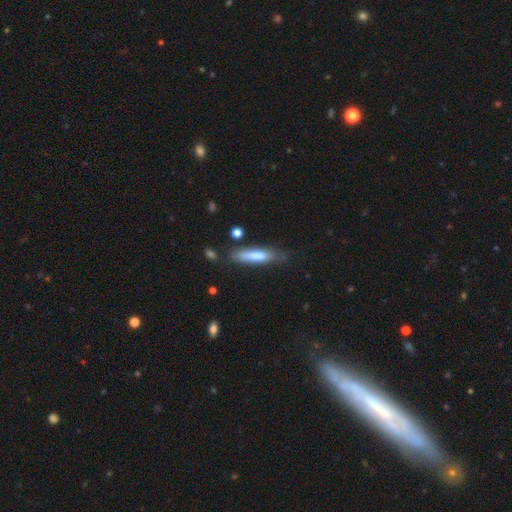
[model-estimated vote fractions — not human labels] smooth_or_featured: smooth (p=0.71) [alt: featured or disk p=0.23]
how_rounded: cigar-shaped (p=0.77) [alt: in between p=0.22]
merging: none (p=0.69) [alt: minor disturbance p=0.21]